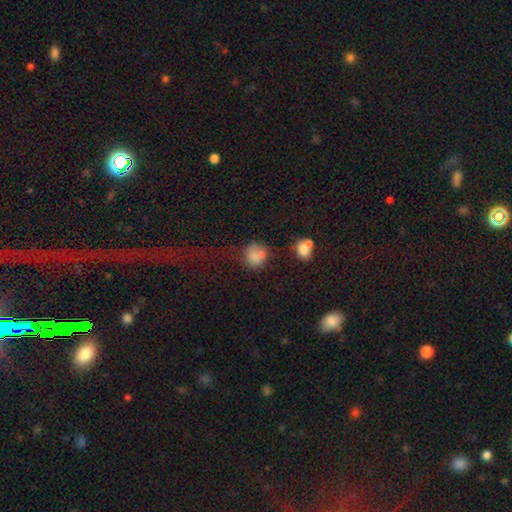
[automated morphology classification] Smooth or featured? Predicted: smooth (p=0.76). How rounded? Predicted: round (p=0.74). Merging? Predicted: none (p=0.46).